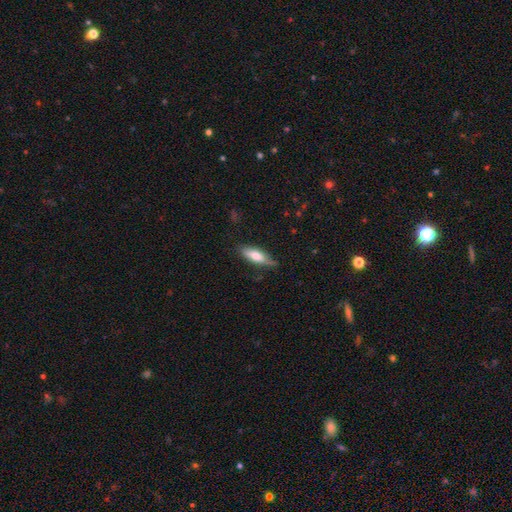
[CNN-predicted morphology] This is likely a smooth galaxy (67%). How rounded: possibly in between (53%). Merging: likely none (71%).